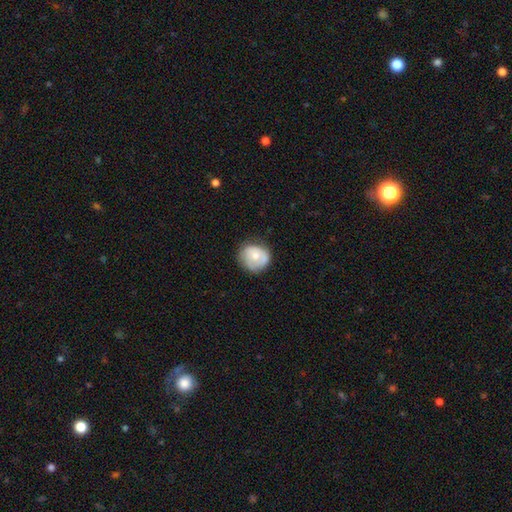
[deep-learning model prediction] smooth 65%, featured or disk 27%, star or artifact 7%. Down the decision tree: how rounded — round (83%); merging — none (64%).